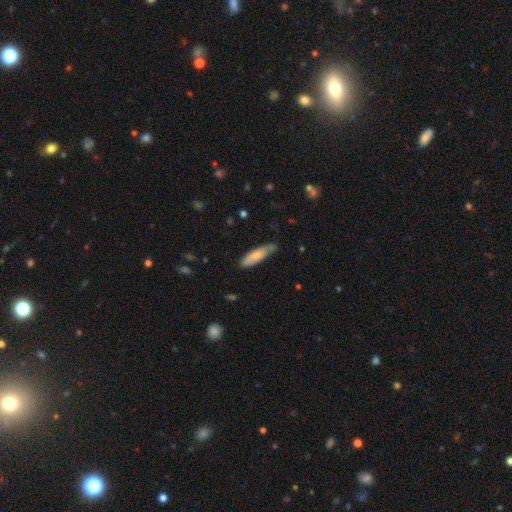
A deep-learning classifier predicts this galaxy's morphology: Overall: smooth (69%). How rounded: cigar-shaped (59%; in between 39%). Merging: none (64%; minor disturbance 29%).